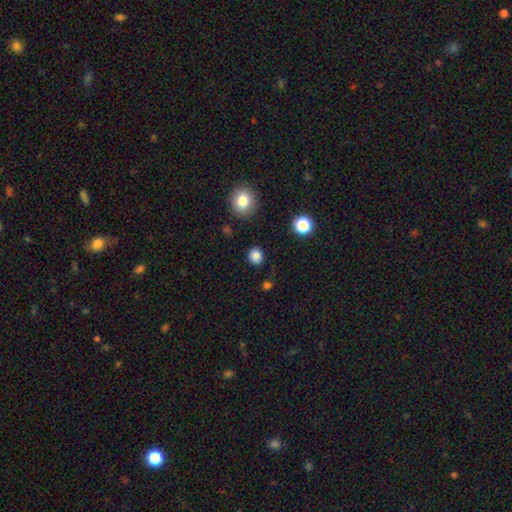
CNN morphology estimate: Smooth or featured? smooth (84%)
How rounded? round (81%)
Merging? none (88%)